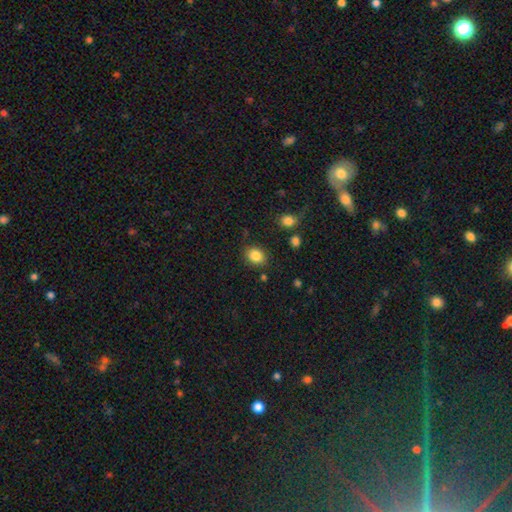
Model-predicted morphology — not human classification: The model was most divided on "how rounded": round: 54%, in between: 45%, cigar-shaped: 1%. More confident: smooth or featured — smooth (85%); merging — none (84%).